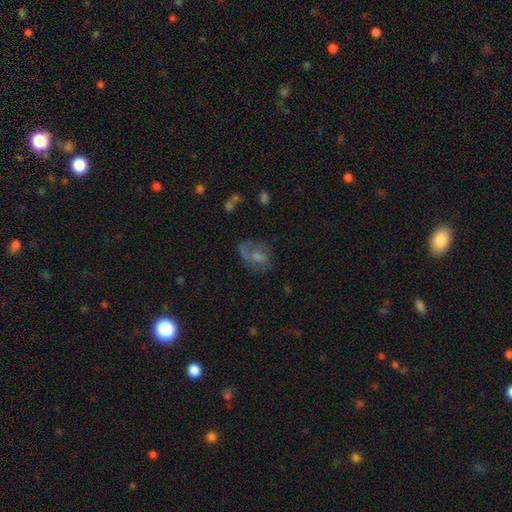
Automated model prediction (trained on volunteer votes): The model was most divided on "smooth or featured" (2-way tie): featured or disk: 44%, smooth: 44%, star or artifact: 12%. Remaining: merging — none (48%).